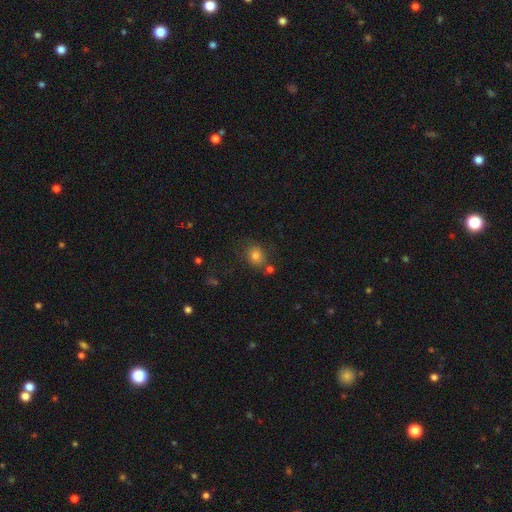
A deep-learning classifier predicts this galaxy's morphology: The model was most divided on "how rounded": round: 60%, in between: 39%, cigar-shaped: 1%. More confident: smooth or featured — smooth (77%); merging — none (69%).